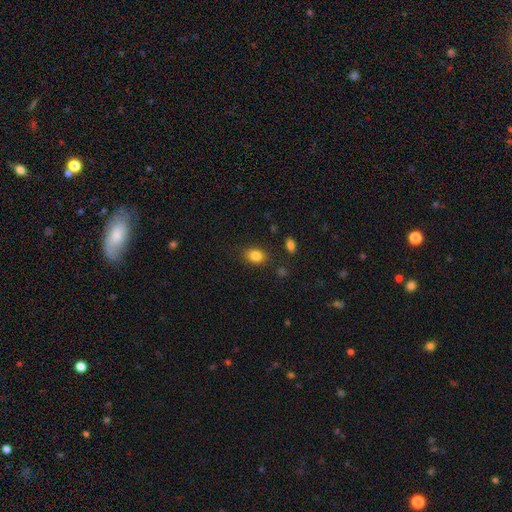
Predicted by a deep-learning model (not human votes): A smooth galaxy with no disk features (84%) that is in between round and cigar-shaped (66%). Merging: none (83%).